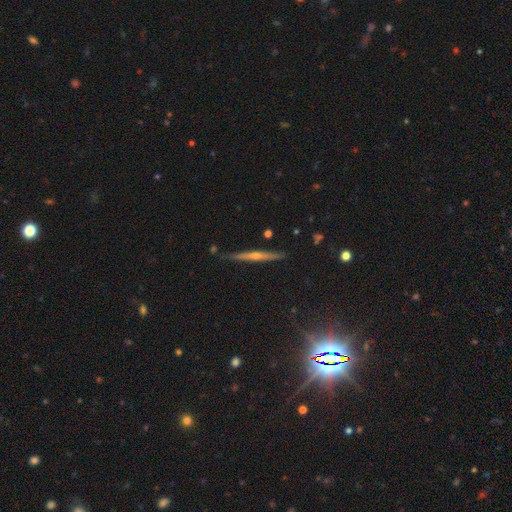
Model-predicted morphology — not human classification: Smooth or featured: featured or disk — 70% (smooth — 21%)
Edge-on disk: yes — 97% (no — 3%)
Edge-on bulge: rounded — 73% (none — 22%)
Merging: none — 86% (minor disturbance — 10%)